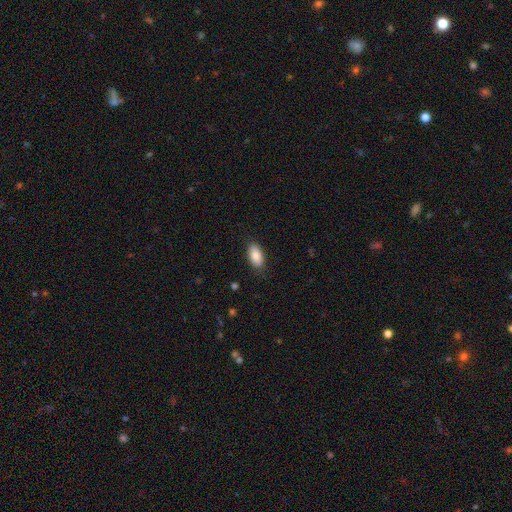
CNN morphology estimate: Smooth or featured? smooth (87%)
How rounded? in between (92%)
Merging? none (86%)